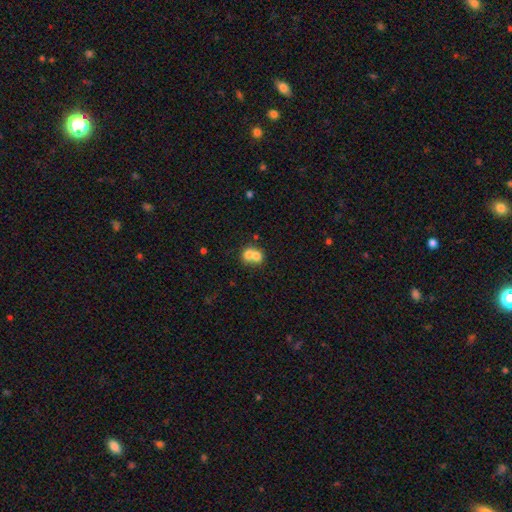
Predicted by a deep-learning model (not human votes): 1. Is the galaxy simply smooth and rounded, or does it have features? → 69% smooth, 21% featured or disk, 10% star or artifact.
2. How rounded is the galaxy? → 66% round, 33% in between, 1% cigar-shaped.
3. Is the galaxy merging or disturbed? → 71% merger, 21% none, 5% minor disturbance, 3% major disturbance.